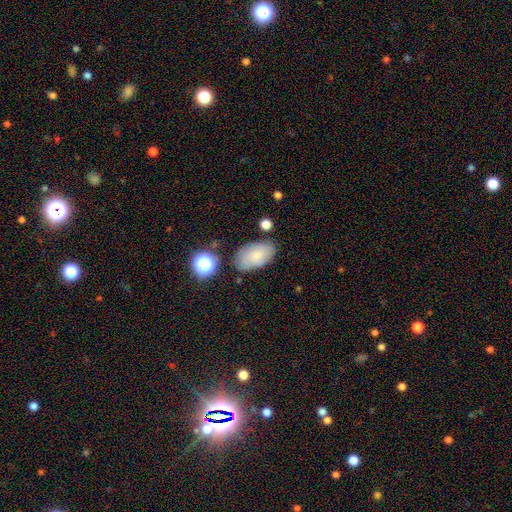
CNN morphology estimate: Q: Smooth or featured?
A: smooth (73%); runner-up: featured or disk (18%)
Q: How rounded?
A: in between (93%); runner-up: round (6%)
Q: Merging?
A: none (72%); runner-up: minor disturbance (18%)